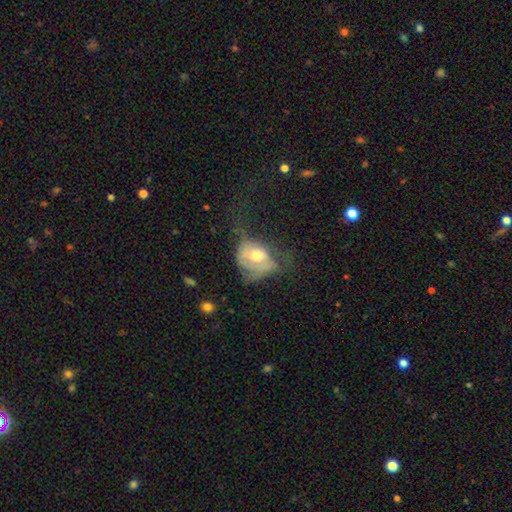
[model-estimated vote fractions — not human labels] smooth_or_featured: smooth (p=0.49) [alt: featured or disk p=0.42]
merging: major disturbance (p=0.47) [alt: minor disturbance p=0.25]